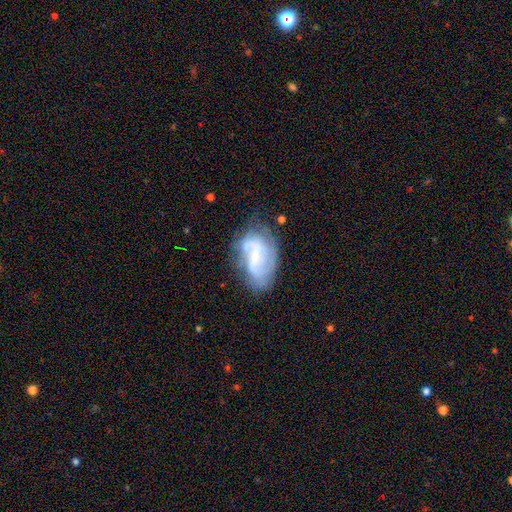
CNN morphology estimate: The model was most divided on "spiral winding": medium: 41%, loose: 34%, tight: 25%. Remaining: edge-on disk — no (97%); spiral arms — yes (86%); smooth or featured — featured or disk (74%); spiral arm count — 2 (59%); merging — none (54%); bulge size — small (54%); bar — weak (49%).